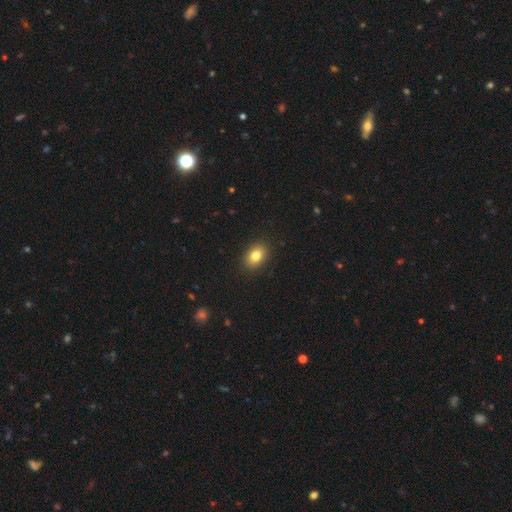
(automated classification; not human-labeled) Smooth or featured? smooth (82%)
How rounded? in between (75%)
Merging? none (90%)